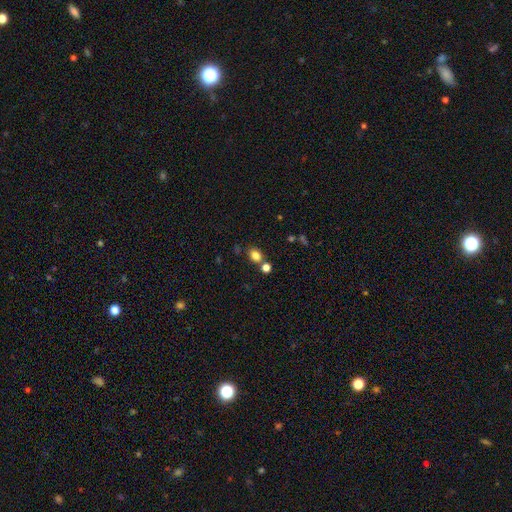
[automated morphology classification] The model was most divided on "how rounded": in between: 52%, round: 46%, cigar-shaped: 1%. More confident: smooth or featured — smooth (81%); merging — none (69%).